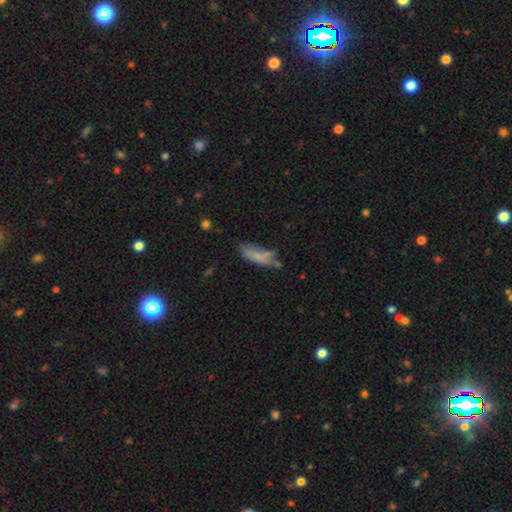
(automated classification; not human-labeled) Q: Smooth or featured?
A: smooth (69%); runner-up: featured or disk (21%)
Q: How rounded?
A: cigar-shaped (55%); runner-up: in between (43%)
Q: Merging?
A: none (46%); runner-up: minor disturbance (29%)